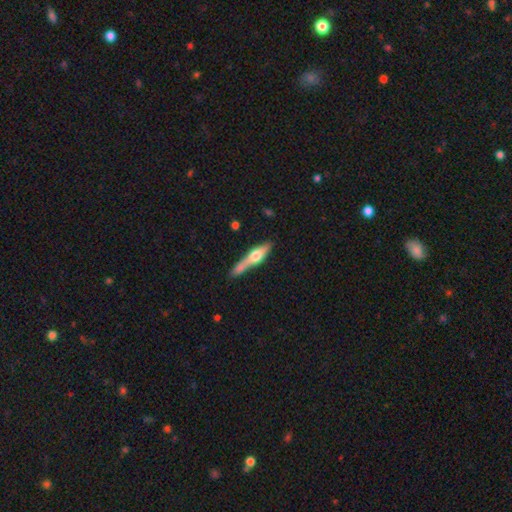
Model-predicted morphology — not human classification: The model was most divided on "smooth or featured": smooth: 49%, featured or disk: 45%, star or artifact: 6%. Remaining: merging — none (43%).